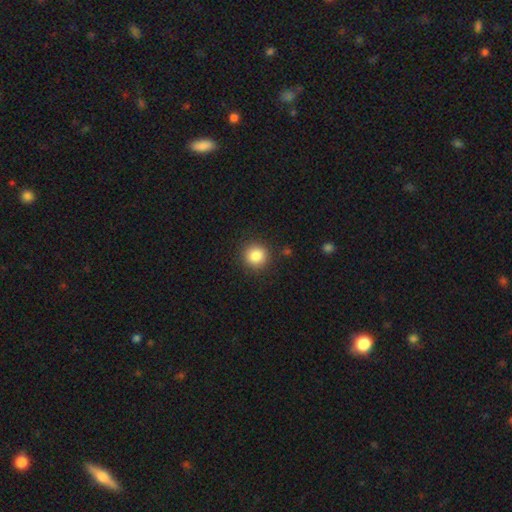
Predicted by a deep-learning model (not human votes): Smooth or featured? smooth (85%)
How rounded? round (92%)
Merging? none (89%)